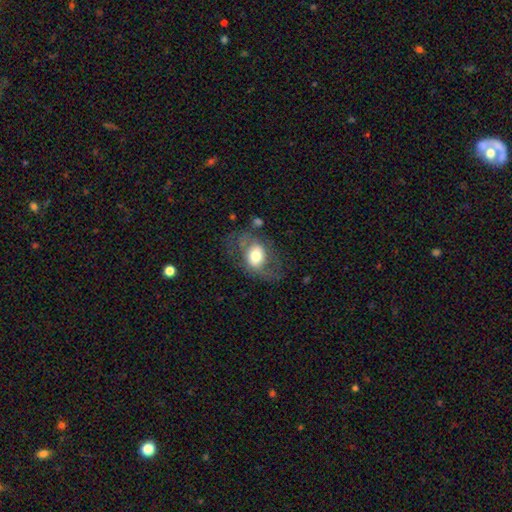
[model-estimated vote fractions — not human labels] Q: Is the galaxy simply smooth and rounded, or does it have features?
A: smooth — 50%.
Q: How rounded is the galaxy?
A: in between — 67%.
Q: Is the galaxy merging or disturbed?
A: none — 57%.